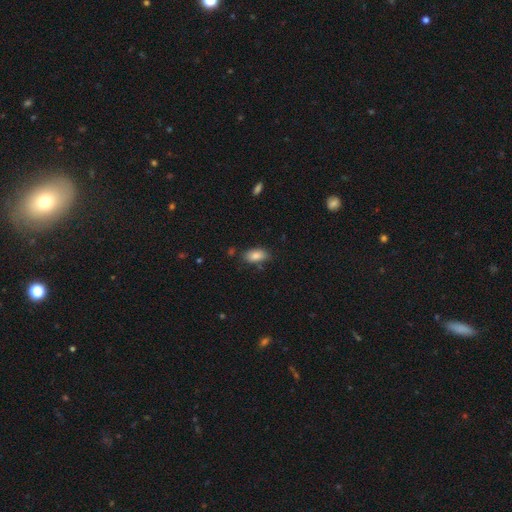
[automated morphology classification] Overall: smooth (84%). How rounded: in between (92%). Merging: none (76%).